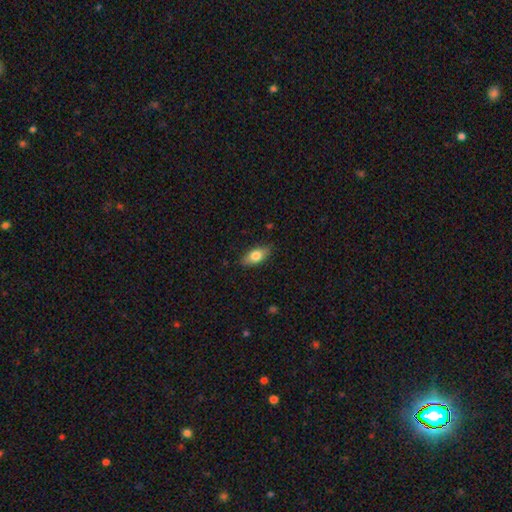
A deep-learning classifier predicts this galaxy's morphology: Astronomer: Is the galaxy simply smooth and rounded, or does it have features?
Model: smooth — 76%.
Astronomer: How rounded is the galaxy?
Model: in between — 86%.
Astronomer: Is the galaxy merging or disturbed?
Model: none — 85%.